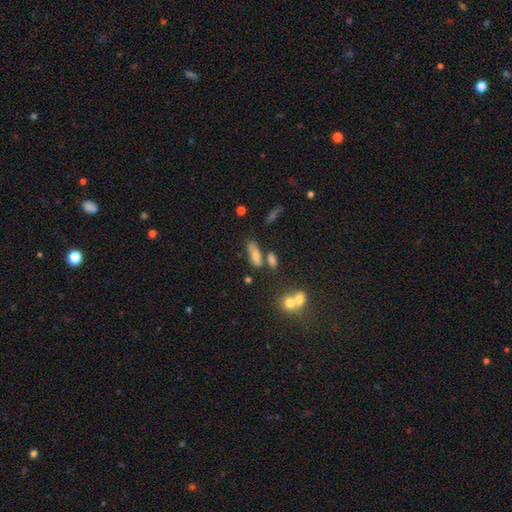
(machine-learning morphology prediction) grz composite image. It shows a smooth galaxy with no disk features (72%) that is in between round and cigar-shaped (64%). Merging: none (55%).